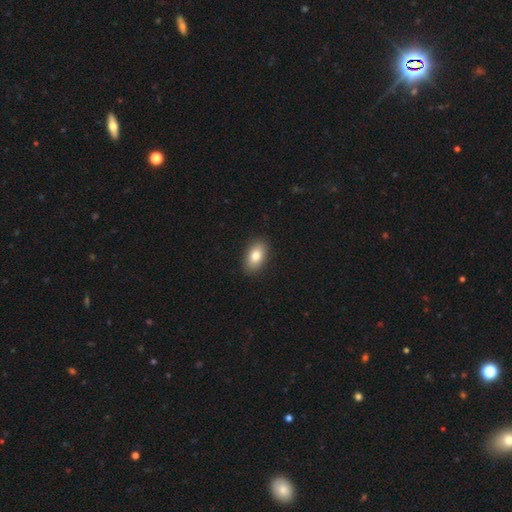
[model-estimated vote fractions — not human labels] Q: Smooth or featured?
A: smooth (82%); runner-up: featured or disk (11%)
Q: How rounded?
A: in between (91%); runner-up: round (7%)
Q: Merging?
A: none (90%); runner-up: minor disturbance (7%)